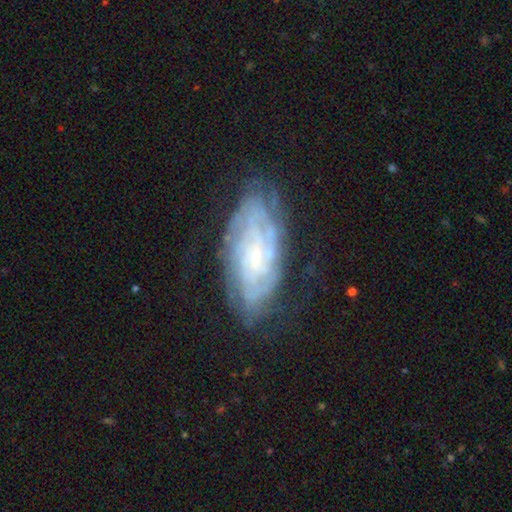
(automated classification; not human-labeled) A featured or disk galaxy (80%) with no bar (58%), tight (75%) spiral arms (93%) and a small central bulge (76%).

Vote fractions:
- Smooth or featured? featured or disk: 80% / smooth: 13% / star or artifact: 8%
- Edge-on disk? no: 93% / yes: 7%
- Bar? no: 58% / weak: 33% / strong: 9%
- Spiral arms? yes: 93% / no: 7%
- Spiral winding? tight: 75% / medium: 21% / loose: 5%
- Spiral arm count? can't tell: 47% / 2: 15% / 4: 14% / 3: 12% / more than 4: 8% / 1: 5%
- Bulge size? small: 76% / moderate: 16% / none: 5% / large: 1% / dominant: 1%
- Merging? none: 73% / minor disturbance: 19% / major disturbance: 7% / merger: 2%